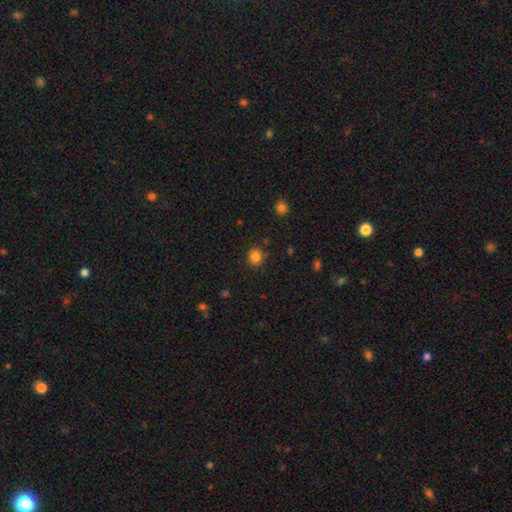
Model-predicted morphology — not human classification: Q: Smooth or featured?
A: smooth (82%); runner-up: star or artifact (14%)
Q: How rounded?
A: round (84%); runner-up: in between (15%)
Q: Merging?
A: none (84%); runner-up: minor disturbance (10%)